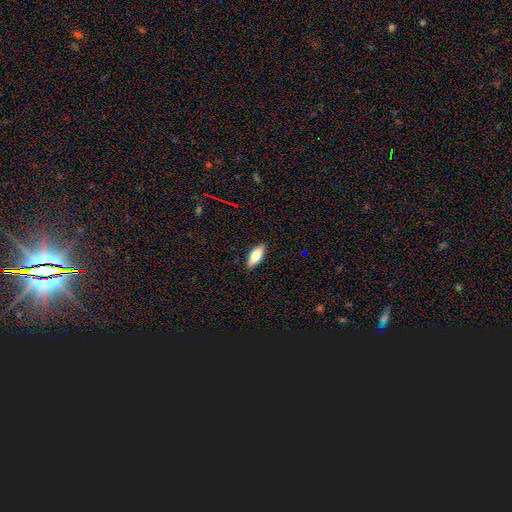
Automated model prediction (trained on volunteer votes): Smooth or featured? smooth (73%)
How rounded? in between (77%)
Merging? none (89%)